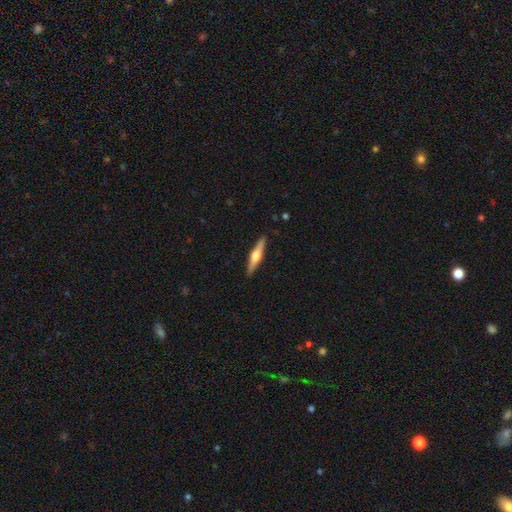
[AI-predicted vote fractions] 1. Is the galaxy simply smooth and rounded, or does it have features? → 68% featured or disk, 27% smooth, 5% star or artifact.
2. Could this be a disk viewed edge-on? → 98% yes, 2% no.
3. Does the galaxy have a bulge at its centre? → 92% rounded, 5% boxy, 2% none.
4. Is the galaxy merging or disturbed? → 91% none, 7% minor disturbance, 1% major disturbance, 1% merger.